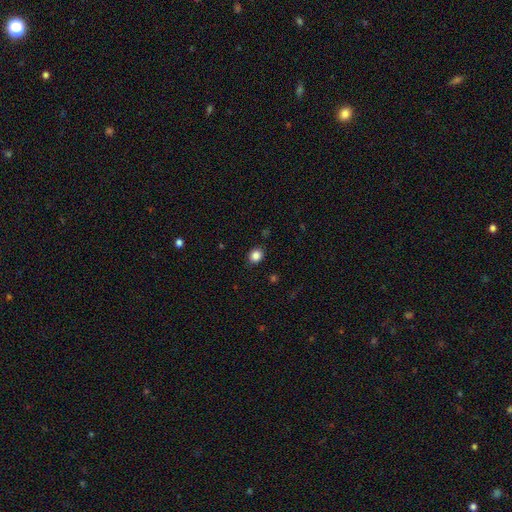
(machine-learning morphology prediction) A smooth galaxy with no disk features (85%) that is round (65%).

Vote fractions:
- Smooth or featured? smooth: 85% / star or artifact: 11% / featured or disk: 4%
- How rounded? round: 65% / in between: 34% / cigar-shaped: 1%
- Merging? none: 89% / minor disturbance: 8% / major disturbance: 2% / merger: 1%